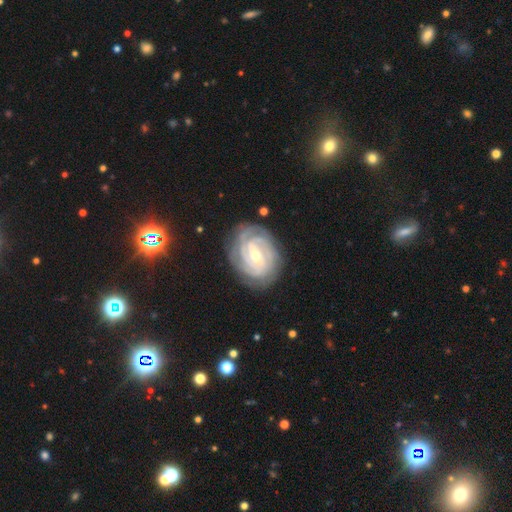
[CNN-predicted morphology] smooth-or-featured: featured or disk: 90% | smooth: 5% | star or artifact: 4%
  disk-edge-on: no: 97% | yes: 3%
    bar: weak: 48% | no: 30% | strong: 22%
    has-spiral-arms: yes: 98% | no: 2%
      spiral-winding: tight: 78% | medium: 19% | loose: 3%
      spiral-arm-count: 3: 29% | 4: 21% | can't tell: 20% | 2: 17% | more than 4: 6% | 1: 6%
    bulge-size: small: 56% | moderate: 41% | large: 1% | none: 1% | dominant: 1%
  merging: none: 81% | minor disturbance: 14% | major disturbance: 4% | merger: 1%